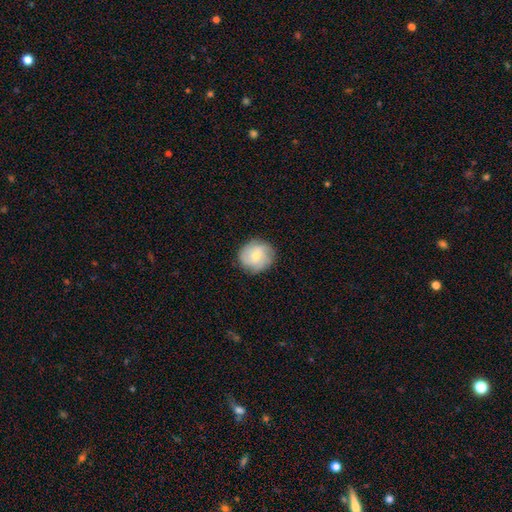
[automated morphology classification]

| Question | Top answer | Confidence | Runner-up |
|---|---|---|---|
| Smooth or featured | smooth | 50% | featured or disk (42%) |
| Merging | none | 83% | minor disturbance (12%) |